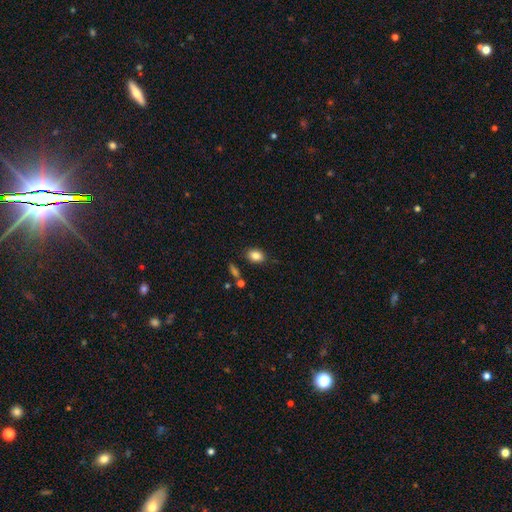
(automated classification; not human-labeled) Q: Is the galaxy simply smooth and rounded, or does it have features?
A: smooth — 84%.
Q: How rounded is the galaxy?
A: in between — 78%.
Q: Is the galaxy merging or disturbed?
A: none — 83%.